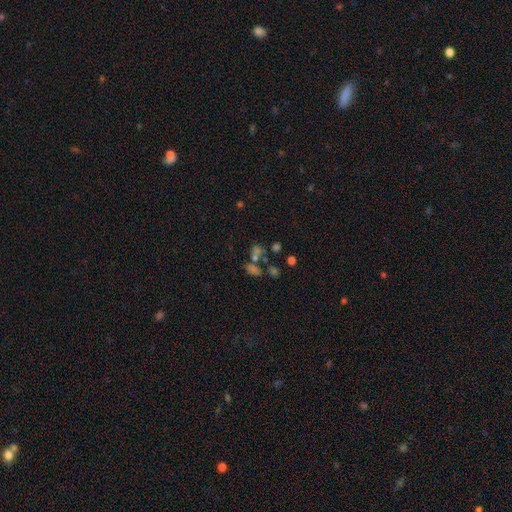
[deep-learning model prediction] Overall: smooth (40%, tied with star or artifact). Merging: none (39%; merger 38%).